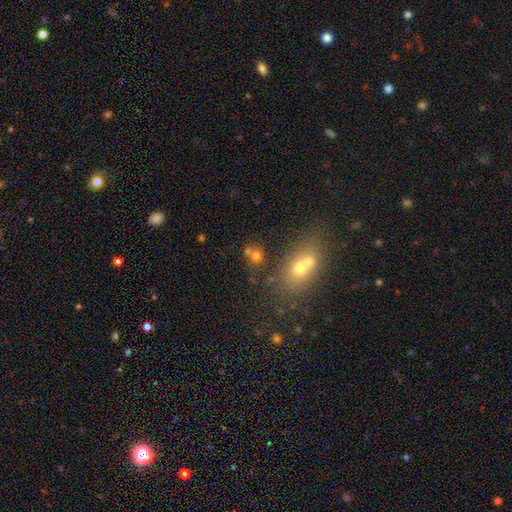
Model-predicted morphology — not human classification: Smooth or featured?
  - smooth: 69% *
  - star or artifact: 17%
  - featured or disk: 14%
How rounded?
  - round: 71% *
  - in between: 28%
  - cigar-shaped: 2%
Merging?
  - none: 46% *
  - merger: 40%
  - minor disturbance: 9%
  - major disturbance: 5%